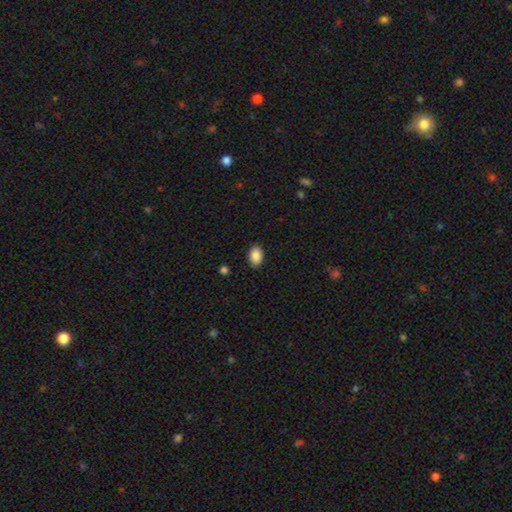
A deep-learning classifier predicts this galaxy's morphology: Overall: smooth (88%). How rounded: in between (84%). Merging: none (88%).